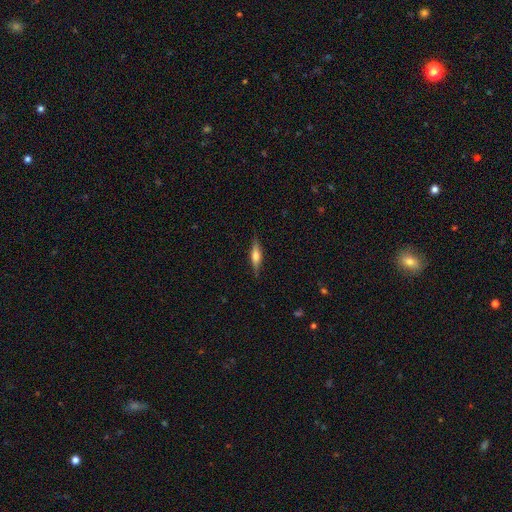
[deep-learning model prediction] Smooth or featured?
  - featured or disk: 49% *
  - smooth: 44%
  - star or artifact: 7%
Merging?
  - none: 86% *
  - minor disturbance: 11%
  - major disturbance: 2%
  - merger: 1%